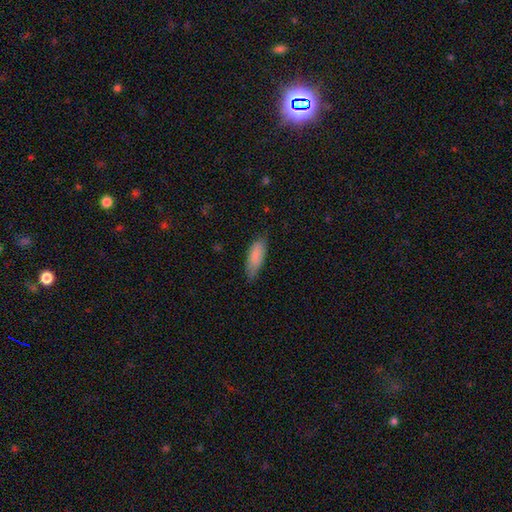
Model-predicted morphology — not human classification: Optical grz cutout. It shows a smooth galaxy with no disk features (86%) that is in between round and cigar-shaped (63%). Merging: none (74%).